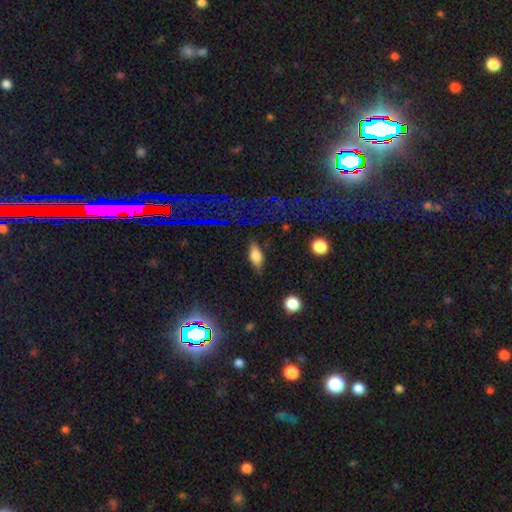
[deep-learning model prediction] A smooth galaxy with no disk features (62%) that is in between round and cigar-shaped (75%). Merging: none (77%).